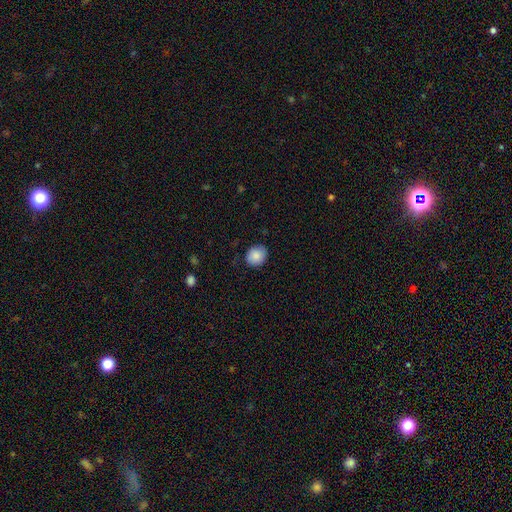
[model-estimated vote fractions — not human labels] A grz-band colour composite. It shows a smooth galaxy with no disk features (86%) that is round (70%). Merging: none (81%).